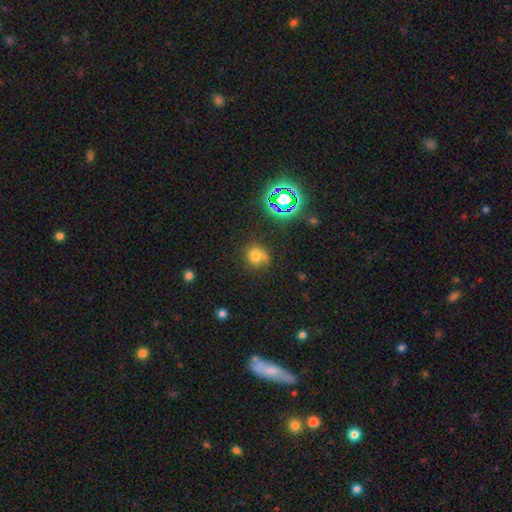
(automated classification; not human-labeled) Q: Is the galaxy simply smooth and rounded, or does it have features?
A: smooth — 68%.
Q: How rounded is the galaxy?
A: round — 81%.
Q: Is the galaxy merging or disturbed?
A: none — 60%.